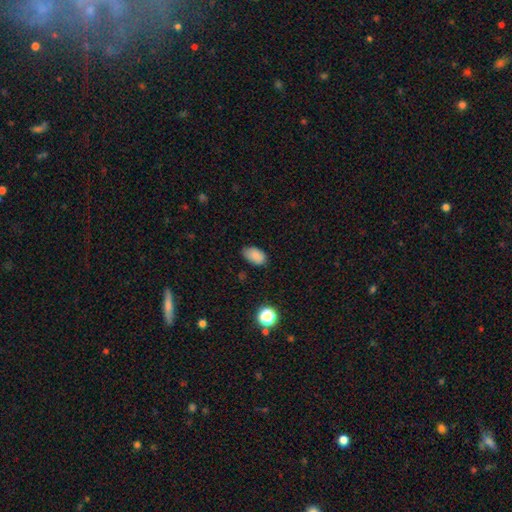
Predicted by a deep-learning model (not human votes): Q: Smooth or featured?
A: smooth (85%); runner-up: star or artifact (10%)
Q: How rounded?
A: in between (91%); runner-up: round (7%)
Q: Merging?
A: none (74%); runner-up: minor disturbance (21%)